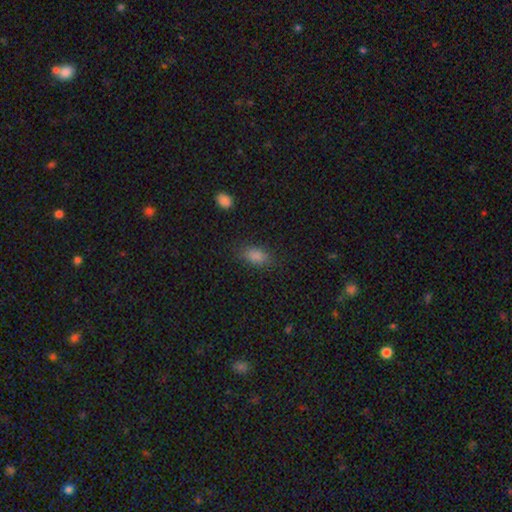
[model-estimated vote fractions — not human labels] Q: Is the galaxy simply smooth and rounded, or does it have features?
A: smooth — 83%.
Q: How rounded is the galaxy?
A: in between — 86%.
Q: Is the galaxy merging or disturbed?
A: none — 83%.